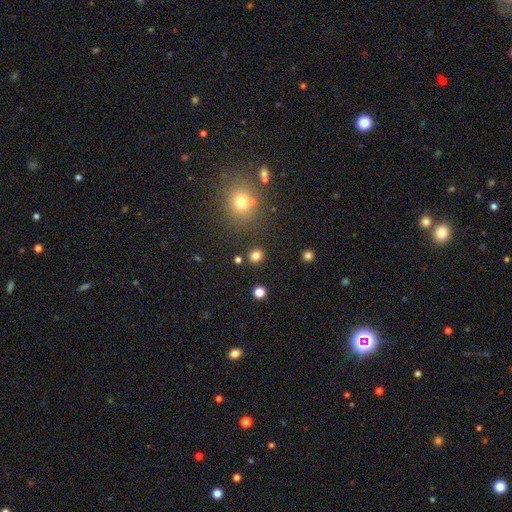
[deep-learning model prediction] Smooth or featured? smooth (81%)
How rounded? round (75%)
Merging? none (86%)